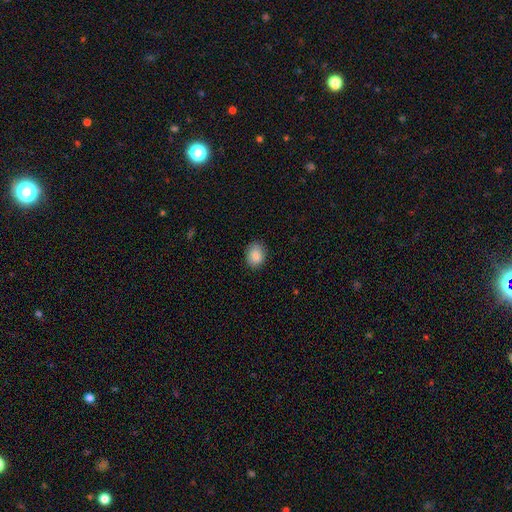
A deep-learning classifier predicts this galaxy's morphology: smooth-or-featured: smooth: 88% | star or artifact: 8% | featured or disk: 4%
  how-rounded: in between: 58% | round: 41% | cigar-shaped: 1%
  merging: none: 85% | minor disturbance: 12% | major disturbance: 3% | merger: 1%